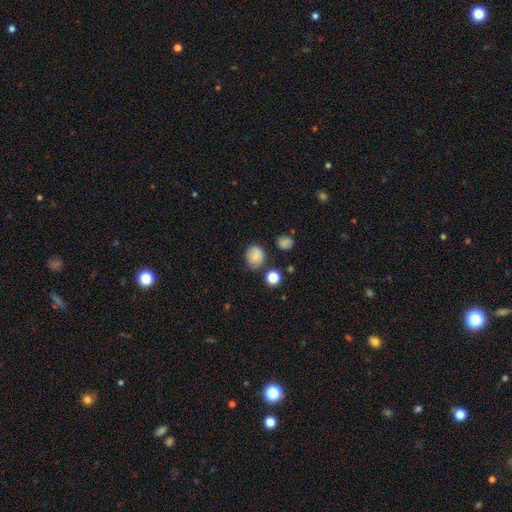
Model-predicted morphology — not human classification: type=smooth (81%); roundness=round (67%); merging=none (72%).